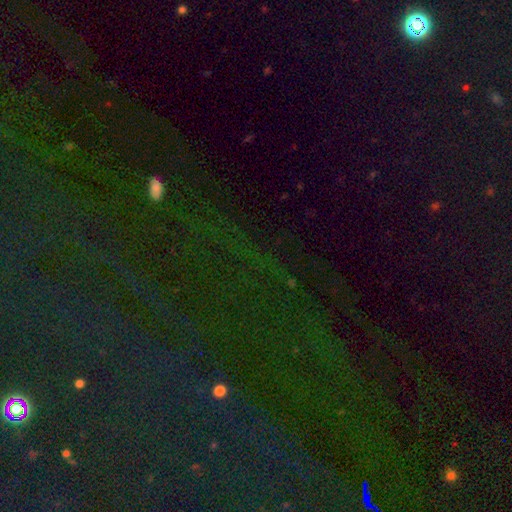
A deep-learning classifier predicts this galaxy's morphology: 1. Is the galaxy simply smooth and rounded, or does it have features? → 75% star or artifact, 14% smooth, 10% featured or disk.